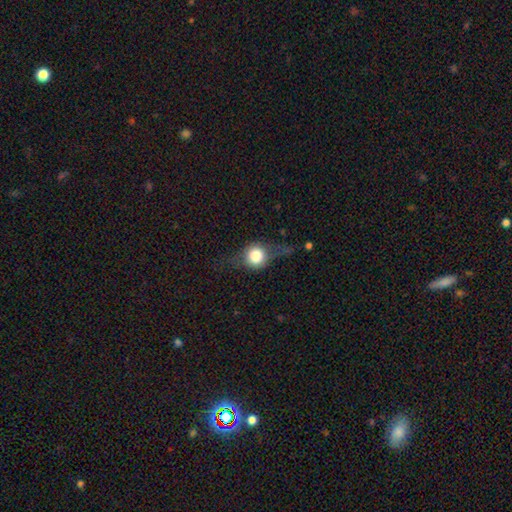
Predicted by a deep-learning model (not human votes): The model was most divided on "smooth or featured": smooth: 51%, featured or disk: 39%, star or artifact: 10%. More confident: how rounded — round (80%); merging — none (62%).